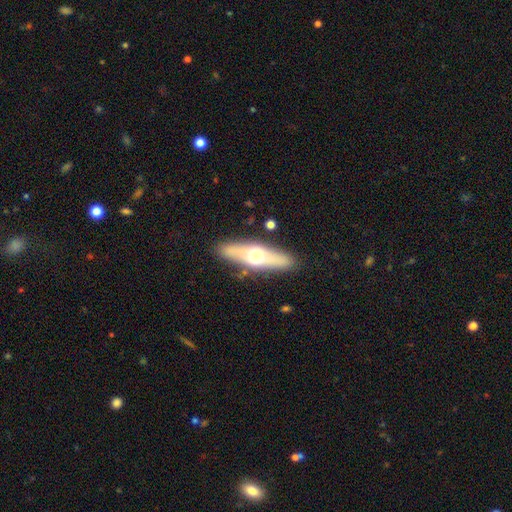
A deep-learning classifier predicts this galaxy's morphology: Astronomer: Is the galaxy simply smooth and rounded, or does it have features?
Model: featured or disk — 60%.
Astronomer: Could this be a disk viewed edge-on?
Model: yes — 85%.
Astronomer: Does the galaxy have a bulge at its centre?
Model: rounded — 94%.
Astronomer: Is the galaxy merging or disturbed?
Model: none — 85%.